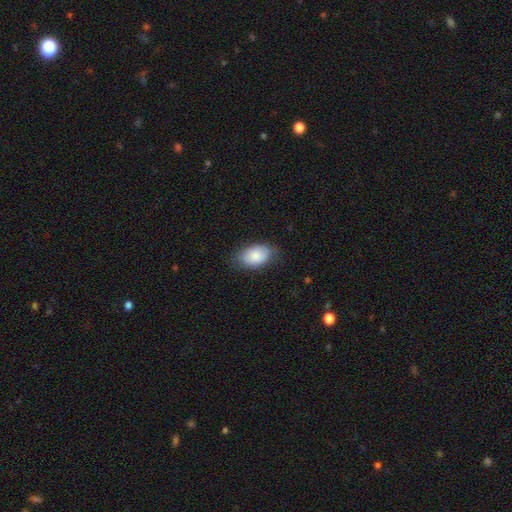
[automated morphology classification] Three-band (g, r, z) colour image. It shows a smooth galaxy with no disk features (85%) that is in between round and cigar-shaped (91%). Merging: none (75%).